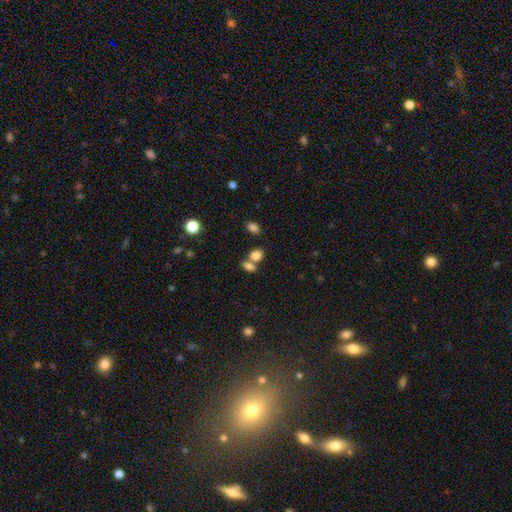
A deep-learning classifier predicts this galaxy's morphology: Smooth or featured?
  - smooth: 81% *
  - star or artifact: 12%
  - featured or disk: 7%
How rounded?
  - in between: 64% *
  - round: 33%
  - cigar-shaped: 2%
Merging?
  - none: 46% *
  - merger: 41%
  - minor disturbance: 9%
  - major disturbance: 4%